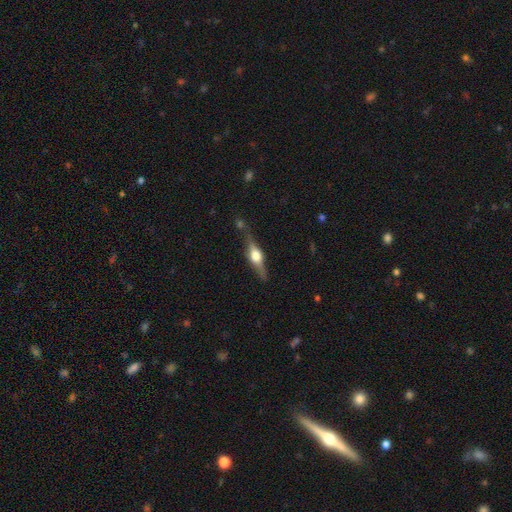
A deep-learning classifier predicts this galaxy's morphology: Smooth or featured?
  - featured or disk: 73% *
  - smooth: 20%
  - star or artifact: 7%
Edge-on disk?
  - yes: 96% *
  - no: 4%
Edge-on bulge?
  - rounded: 92% *
  - boxy: 6%
  - none: 1%
Merging?
  - none: 74% *
  - minor disturbance: 15%
  - merger: 6%
  - major disturbance: 4%